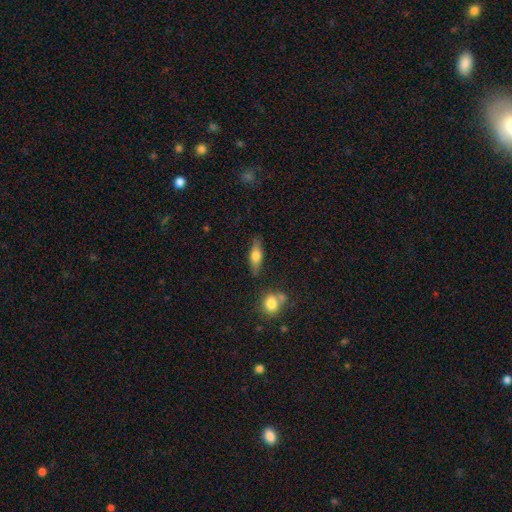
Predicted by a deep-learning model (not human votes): A smooth galaxy with no disk features (59%) that is in between round and cigar-shaped (50%). Merging: none (80%).